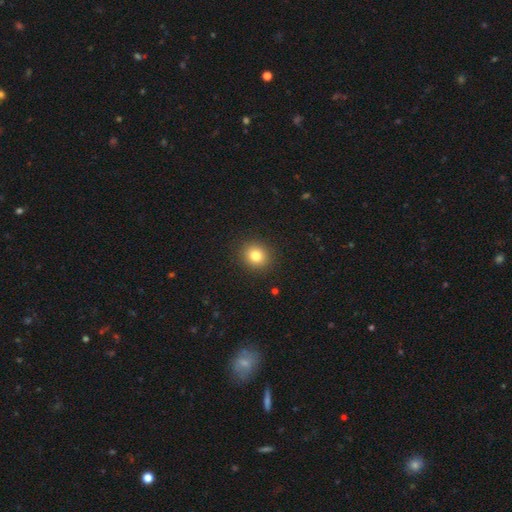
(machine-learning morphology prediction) Smooth or featured? Predicted: smooth (p=0.82). How rounded? Predicted: round (p=0.80). Merging? Predicted: none (p=0.91).